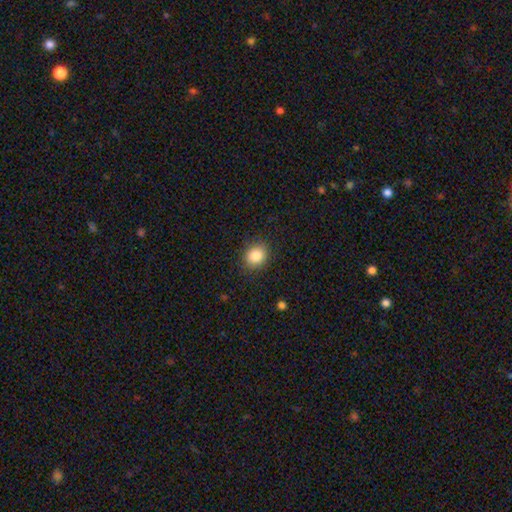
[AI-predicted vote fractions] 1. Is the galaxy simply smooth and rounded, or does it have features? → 85% smooth, 10% star or artifact, 5% featured or disk.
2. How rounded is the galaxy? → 66% round, 33% in between, 1% cigar-shaped.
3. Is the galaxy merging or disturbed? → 88% none, 9% minor disturbance, 3% major disturbance, 1% merger.